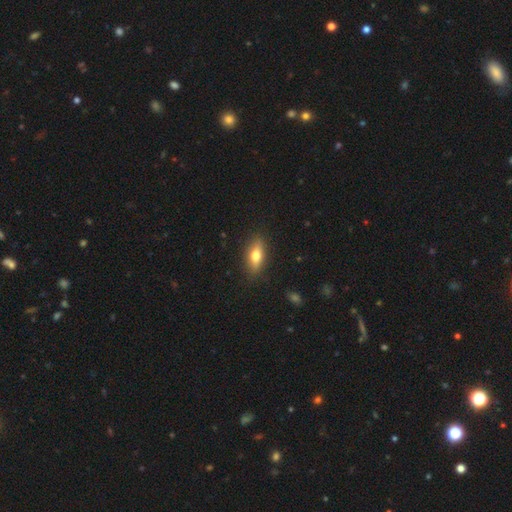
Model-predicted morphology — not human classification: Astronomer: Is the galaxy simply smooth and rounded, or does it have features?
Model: smooth — 62%.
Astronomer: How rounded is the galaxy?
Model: in between — 67%.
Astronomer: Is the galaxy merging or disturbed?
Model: none — 87%.